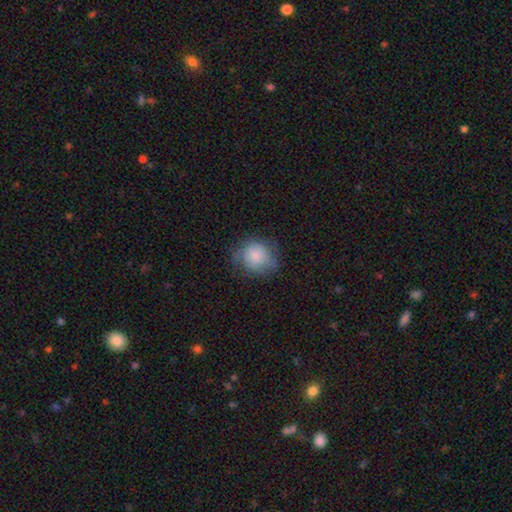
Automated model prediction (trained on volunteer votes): Q: Smooth or featured?
A: smooth (78%); runner-up: featured or disk (14%)
Q: How rounded?
A: round (83%); runner-up: in between (16%)
Q: Merging?
A: none (61%); runner-up: minor disturbance (26%)